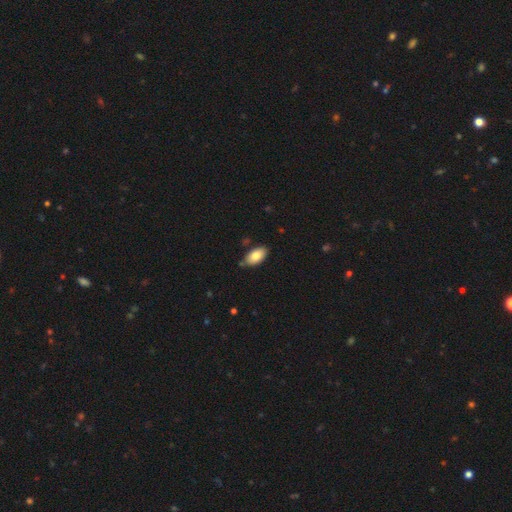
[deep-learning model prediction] Morphology: type=smooth (83%); roundness=in between (94%); merging=none (77%).